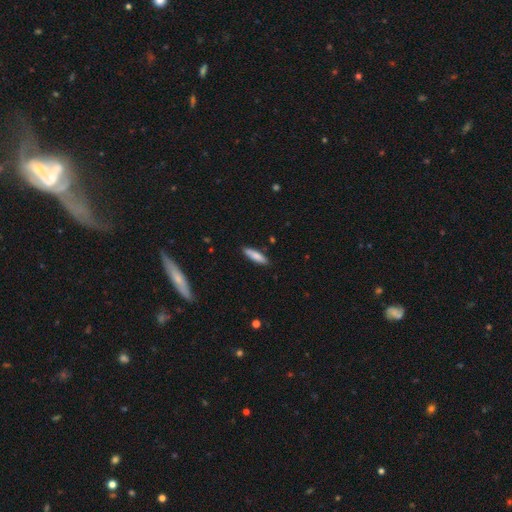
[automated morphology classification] Smooth or featured?
  - smooth: 81% *
  - featured or disk: 13%
  - star or artifact: 6%
How rounded?
  - cigar-shaped: 67% *
  - in between: 31%
  - round: 2%
Merging?
  - none: 87% *
  - minor disturbance: 10%
  - major disturbance: 2%
  - merger: 2%